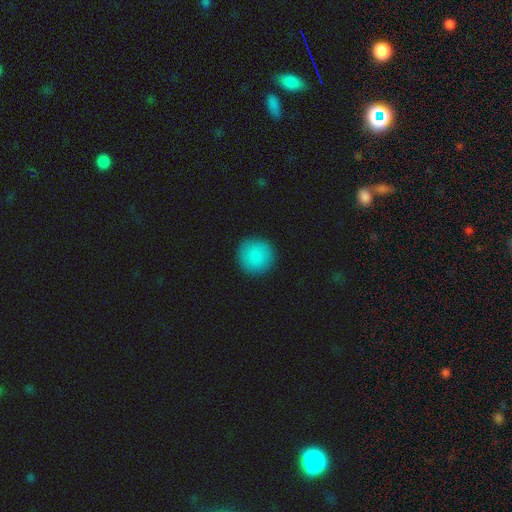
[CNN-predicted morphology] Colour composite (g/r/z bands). It shows a smooth galaxy with no disk features (87%) that is round (94%). Merging: none (90%).